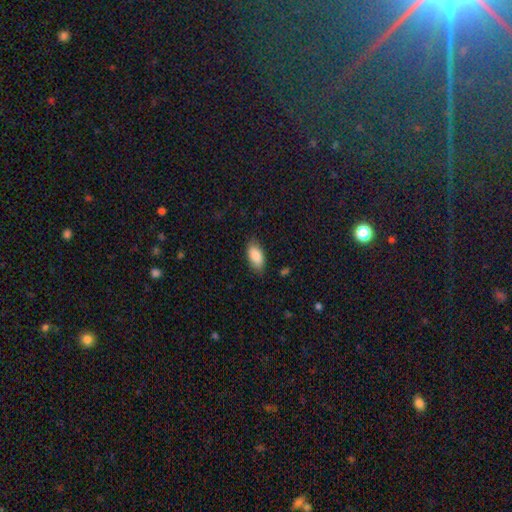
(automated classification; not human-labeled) A smooth galaxy with no disk features (86%) that is in between round and cigar-shaped (91%).

Vote fractions:
- Smooth or featured? smooth: 86% / featured or disk: 7% / star or artifact: 6%
- How rounded? in between: 91% / cigar-shaped: 6% / round: 3%
- Merging? none: 80% / minor disturbance: 15% / major disturbance: 3% / merger: 1%